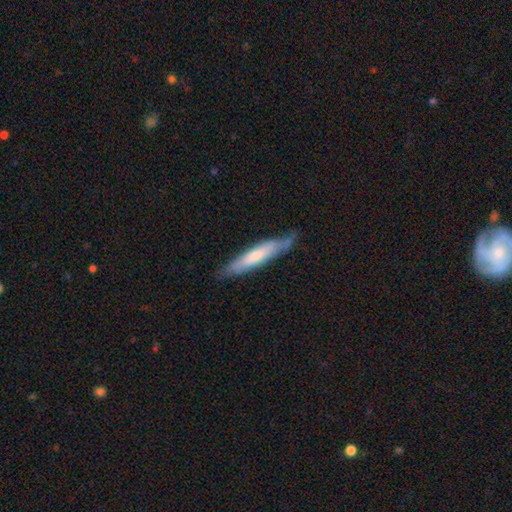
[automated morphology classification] Smooth or featured? smooth (56%)
How rounded? cigar-shaped (87%)
Merging? none (74%)